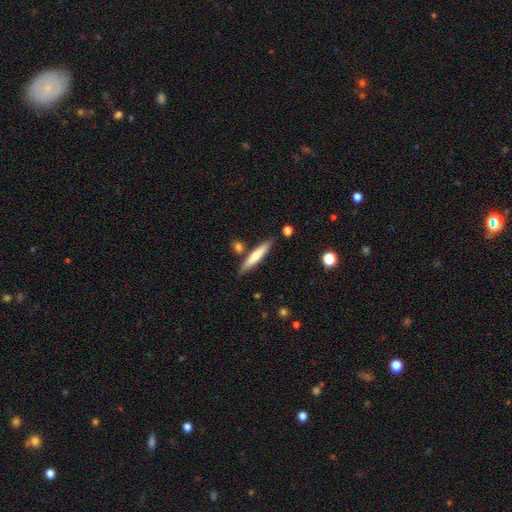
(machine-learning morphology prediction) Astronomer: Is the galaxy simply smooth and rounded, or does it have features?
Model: smooth — 67%.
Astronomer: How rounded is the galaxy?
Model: cigar-shaped — 91%.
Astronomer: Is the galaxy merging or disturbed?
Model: none — 82%.